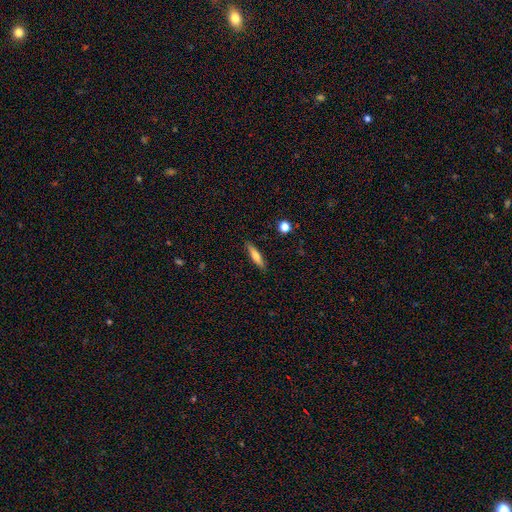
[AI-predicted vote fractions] Overall: smooth (65%; featured or disk 28%). How rounded: cigar-shaped (82%). Merging: none (88%).